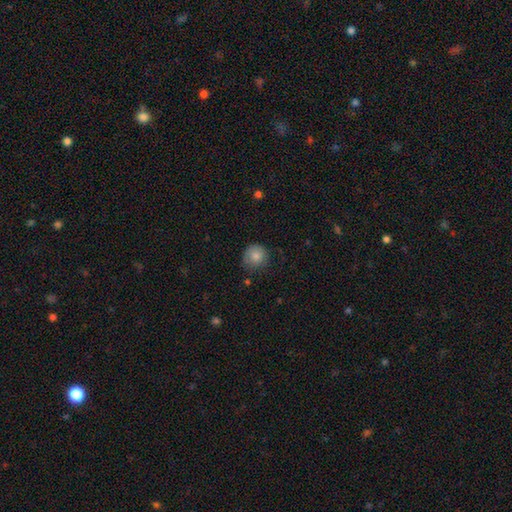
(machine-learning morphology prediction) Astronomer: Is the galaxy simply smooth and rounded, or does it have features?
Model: smooth — 83%.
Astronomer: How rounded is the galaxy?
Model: round — 89%.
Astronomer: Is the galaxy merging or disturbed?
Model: none — 69%.